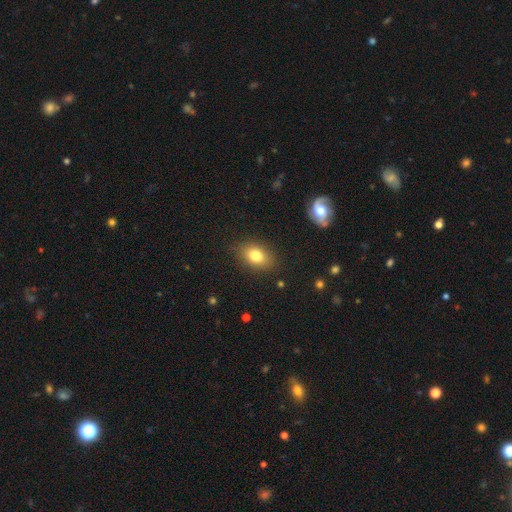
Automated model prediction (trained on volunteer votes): A smooth galaxy with no disk features (79%) that is in between round and cigar-shaped (75%).

Vote fractions:
- Smooth or featured? smooth: 79% / featured or disk: 10% / star or artifact: 10%
- How rounded? in between: 75% / round: 23% / cigar-shaped: 2%
- Merging? none: 85% / minor disturbance: 11% / major disturbance: 3% / merger: 1%